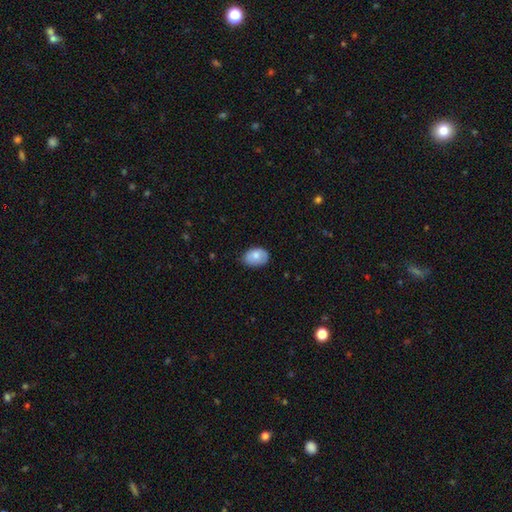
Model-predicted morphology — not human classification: Smooth or featured? smooth (79%)
How rounded? in between (81%)
Merging? none (72%)